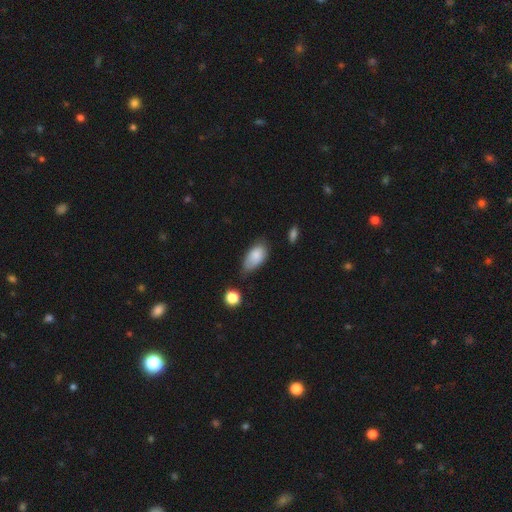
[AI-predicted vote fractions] Smooth or featured? Predicted: smooth (p=0.83). How rounded? Predicted: in between (p=0.92). Merging? Predicted: none (p=0.49).